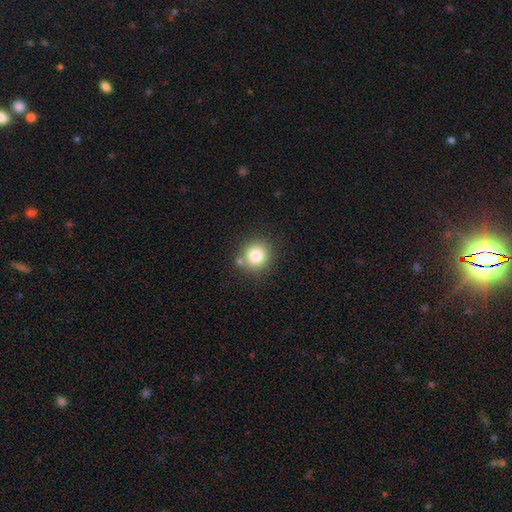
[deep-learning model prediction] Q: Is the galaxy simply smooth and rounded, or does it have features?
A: smooth — 80%.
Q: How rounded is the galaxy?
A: round — 92%.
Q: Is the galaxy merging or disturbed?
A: none — 80%.